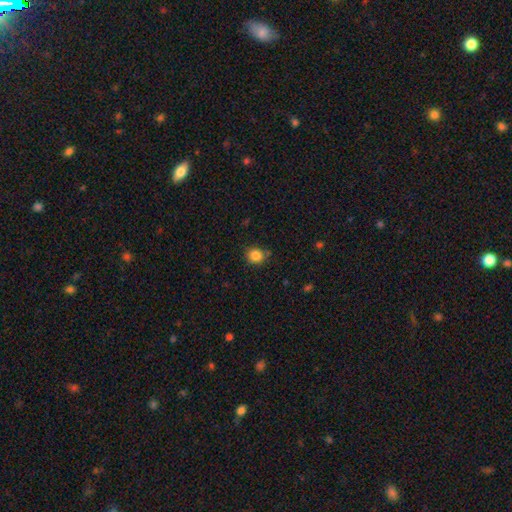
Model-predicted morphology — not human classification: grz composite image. It shows a smooth galaxy with no disk features (85%) that is round (86%). Merging: none (82%).